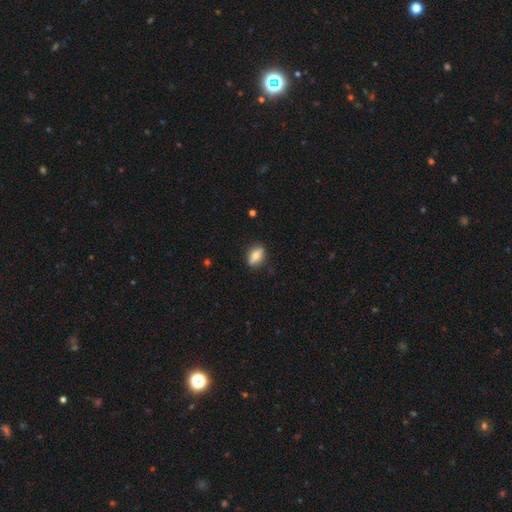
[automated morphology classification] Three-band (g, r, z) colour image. It shows a smooth galaxy with no disk features (63%) that is in between round and cigar-shaped (74%). Merging: none (83%).